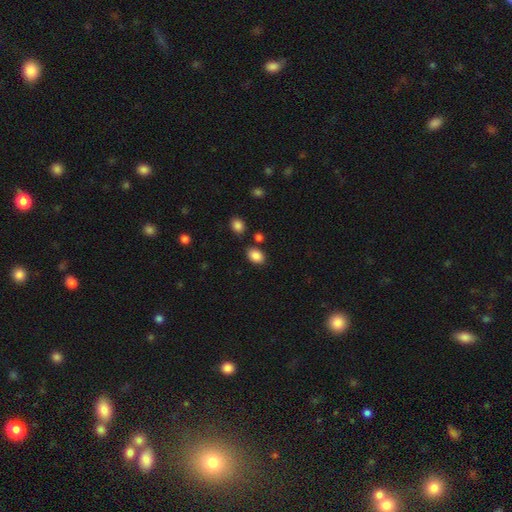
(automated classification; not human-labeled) Overall: smooth (87%). How rounded: in between (79%). Merging: none (78%).